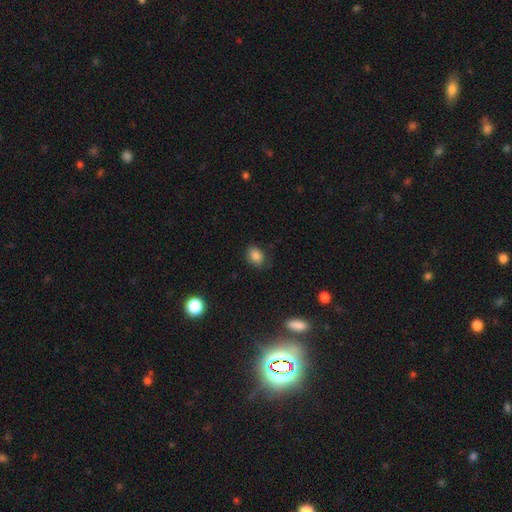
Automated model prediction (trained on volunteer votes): A smooth galaxy with no disk features (85%) that is in between round and cigar-shaped (59%). Merging: none (80%).